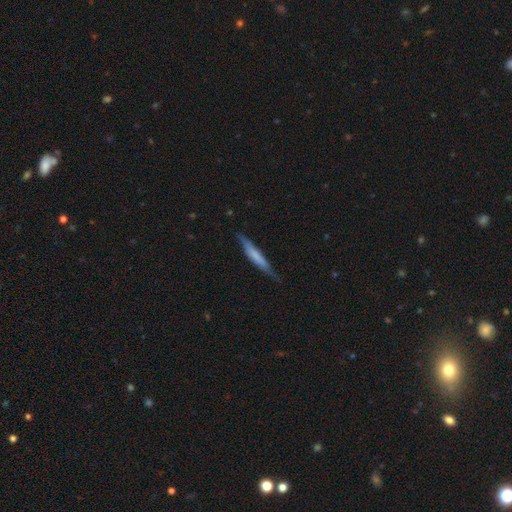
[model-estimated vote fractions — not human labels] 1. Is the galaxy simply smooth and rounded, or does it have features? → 55% smooth, 40% featured or disk, 6% star or artifact.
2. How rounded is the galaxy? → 92% cigar-shaped, 7% in between, 1% round.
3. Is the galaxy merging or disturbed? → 70% none, 24% minor disturbance, 5% major disturbance, 2% merger.